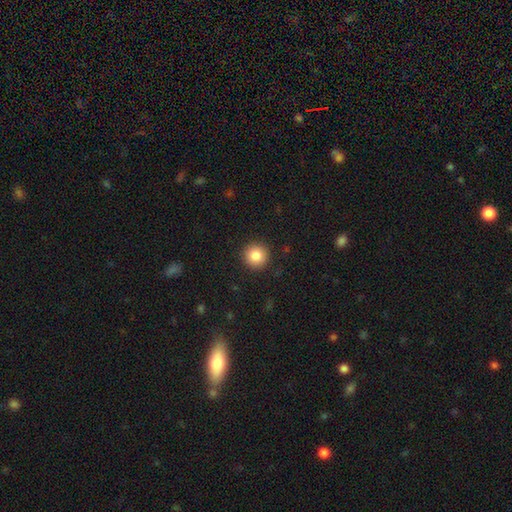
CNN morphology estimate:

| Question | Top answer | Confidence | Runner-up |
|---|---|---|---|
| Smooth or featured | smooth | 85% | star or artifact (9%) |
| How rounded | round | 95% | in between (4%) |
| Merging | none | 92% | minor disturbance (5%) |